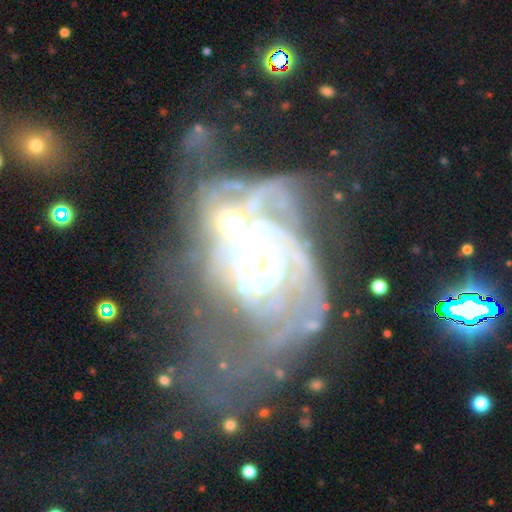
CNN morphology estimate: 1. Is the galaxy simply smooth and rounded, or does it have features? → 77% featured or disk, 13% star or artifact, 11% smooth.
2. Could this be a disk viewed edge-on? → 97% no, 3% yes.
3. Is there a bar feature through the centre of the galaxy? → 81% no, 15% weak, 5% strong.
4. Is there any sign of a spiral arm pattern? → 60% yes, 40% no.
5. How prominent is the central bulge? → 38% small, 34% moderate, 20% none, 5% large, 2% dominant.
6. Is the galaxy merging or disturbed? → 48% merger, 34% major disturbance, 11% none, 8% minor disturbance.